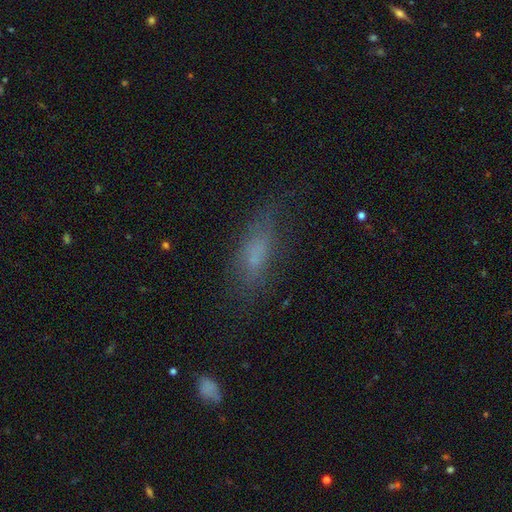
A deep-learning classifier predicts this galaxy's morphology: This appears to be a smooth galaxy with no disk features (64%) that is in between round and cigar-shaped (55%). Merging: none (67%).